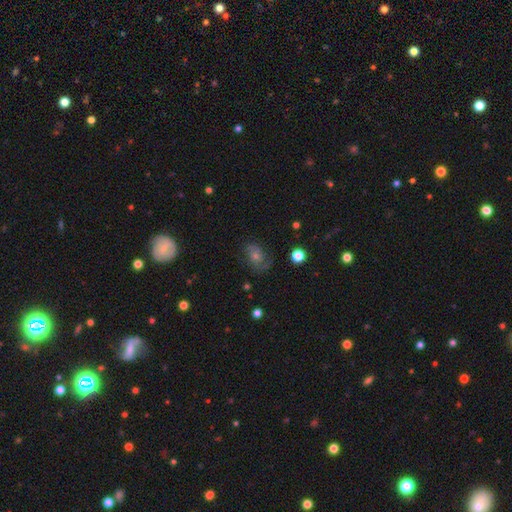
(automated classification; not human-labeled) The model was most divided on "bulge size": small: 46%, moderate: 45%, large: 4%, none: 3%, dominant: 1%. Remaining: edge-on disk — no (96%); spiral arms — yes (88%); merging — none (69%); bar — no (69%); smooth or featured — featured or disk (60%); spiral arm count — 2 (59%); spiral winding — medium (43%).